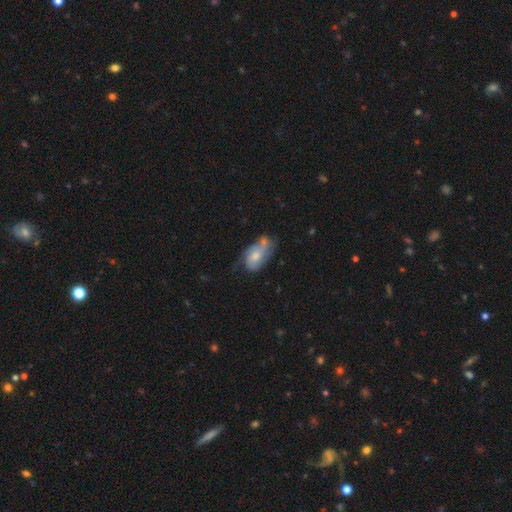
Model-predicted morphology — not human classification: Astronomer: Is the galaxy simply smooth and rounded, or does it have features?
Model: featured or disk — 47% (runner-up: smooth, 46%).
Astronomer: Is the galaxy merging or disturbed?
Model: none — 32% (runner-up: minor disturbance, 30%).